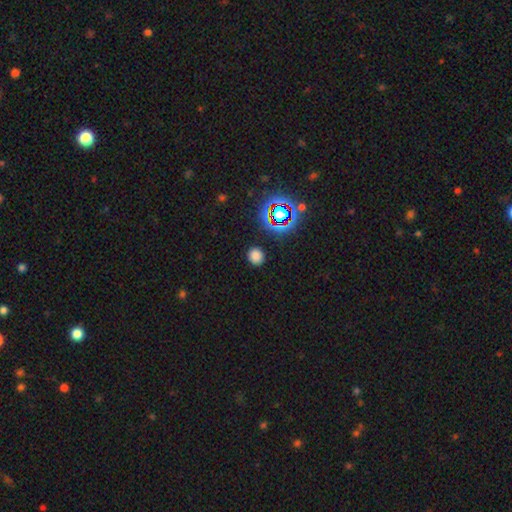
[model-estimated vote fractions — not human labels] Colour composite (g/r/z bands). It shows a smooth galaxy with no disk features (75%) that is round (83%). Merging: none (89%).